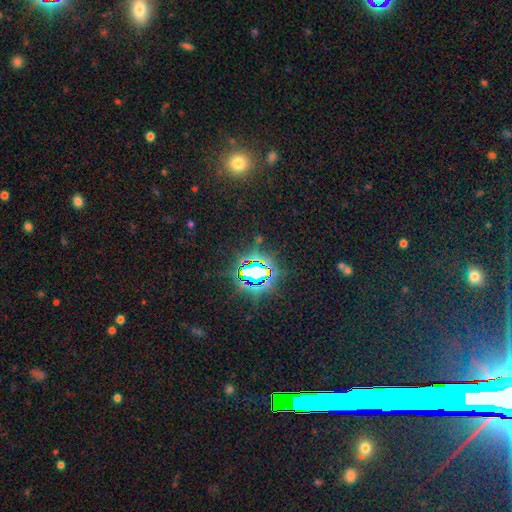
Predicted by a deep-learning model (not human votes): Overall: star or artifact (71%).